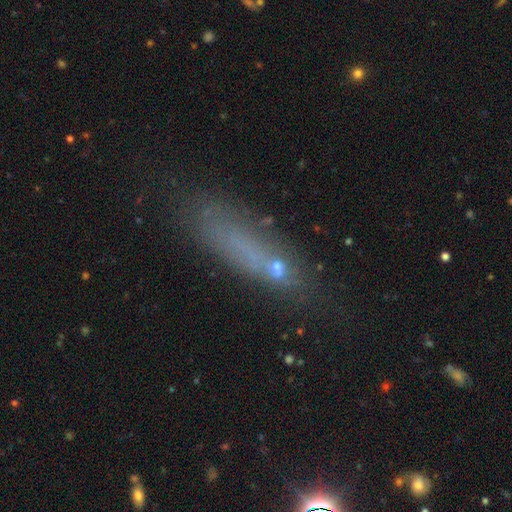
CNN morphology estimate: Smooth or featured: smooth — 54% (featured or disk — 24%)
How rounded: cigar-shaped — 70% (in between — 26%)
Merging: none — 58% (minor disturbance — 21%)